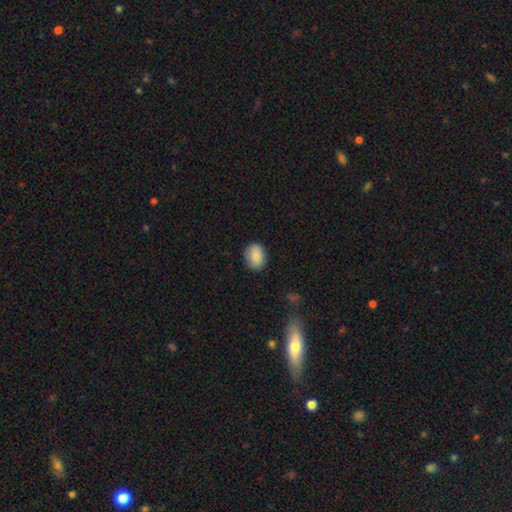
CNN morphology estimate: Smooth or featured?
  - smooth: 85% *
  - featured or disk: 8%
  - star or artifact: 7%
How rounded?
  - in between: 63% *
  - round: 36%
  - cigar-shaped: 1%
Merging?
  - none: 85% *
  - minor disturbance: 11%
  - major disturbance: 2%
  - merger: 1%